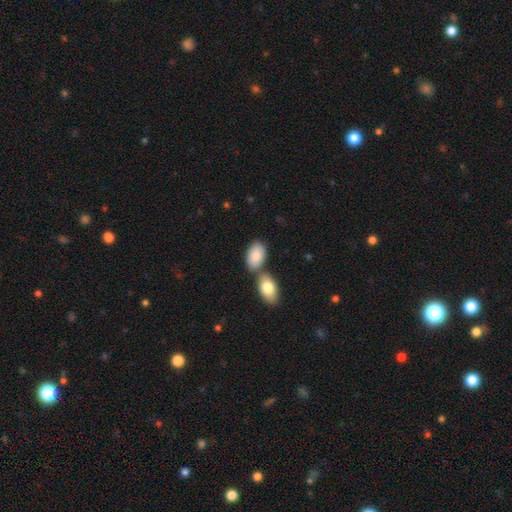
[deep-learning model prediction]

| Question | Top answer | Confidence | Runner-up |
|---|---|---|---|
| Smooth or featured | smooth | 85% | featured or disk (9%) |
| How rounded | in between | 93% | round (5%) |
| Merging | none | 49% | merger (36%) |